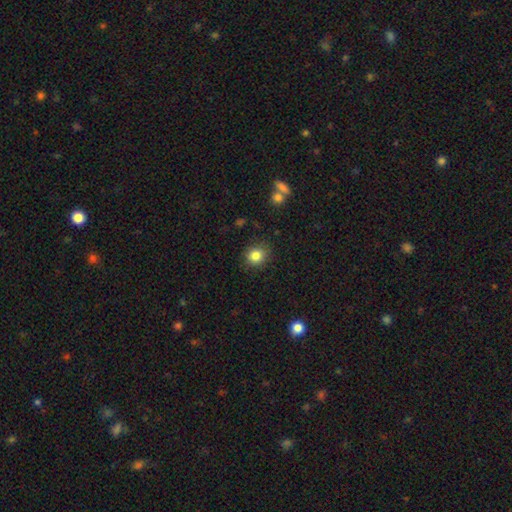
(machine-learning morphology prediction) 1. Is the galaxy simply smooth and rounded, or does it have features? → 85% smooth, 10% star or artifact, 5% featured or disk.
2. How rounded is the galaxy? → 82% round, 17% in between, 1% cigar-shaped.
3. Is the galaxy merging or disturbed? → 86% none, 10% minor disturbance, 3% major disturbance, 2% merger.